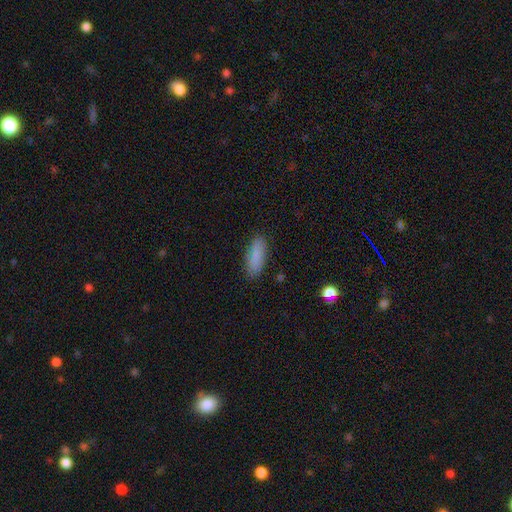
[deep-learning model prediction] smooth_or_featured: smooth (p=0.85) [alt: featured or disk p=0.08]
how_rounded: in between (p=0.61) [alt: cigar-shaped p=0.37]
merging: none (p=0.86) [alt: minor disturbance p=0.11]